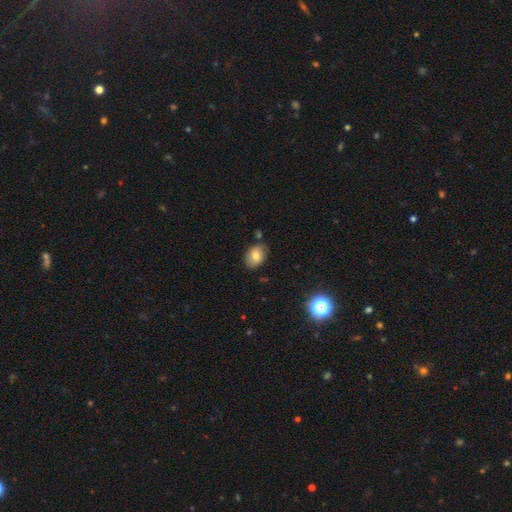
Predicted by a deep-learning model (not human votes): Morphology: type=smooth (75%); roundness=in between (78%); merging=none (79%).